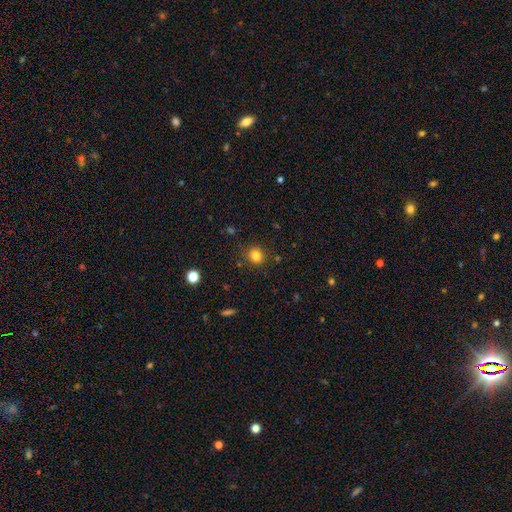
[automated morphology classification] Smooth or featured?
  - smooth: 81% *
  - star or artifact: 13%
  - featured or disk: 6%
How rounded?
  - round: 80% *
  - in between: 19%
  - cigar-shaped: 1%
Merging?
  - none: 85% *
  - minor disturbance: 9%
  - major disturbance: 3%
  - merger: 2%